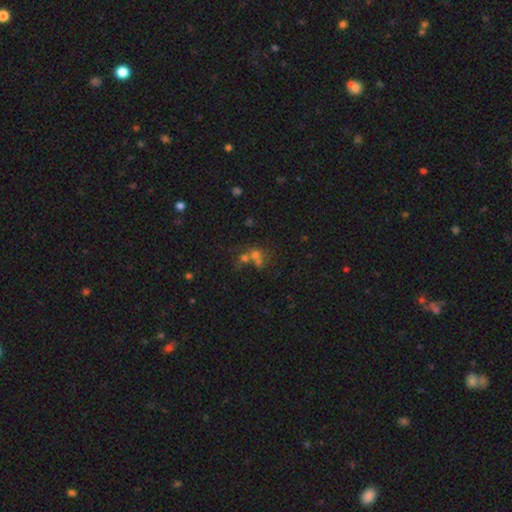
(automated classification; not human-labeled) This appears to be a smooth galaxy with no disk features (54%) that is round (76%). Merging: merger (54%).